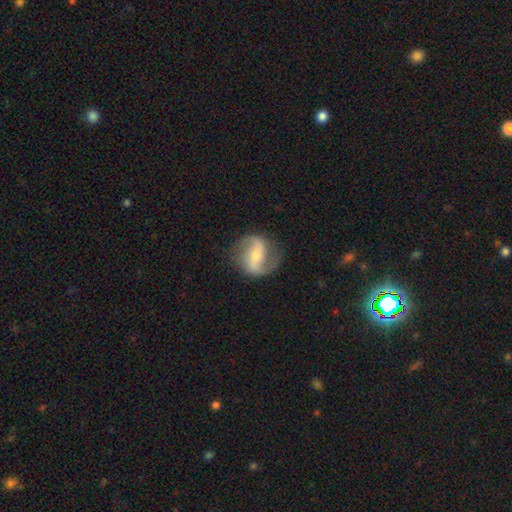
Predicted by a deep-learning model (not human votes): featured or disk 85%, smooth 10%, star or artifact 5%. Down the decision tree: edge-on disk — no (97%); bar — strong (40%); spiral arms — yes (95%); spiral arm count — 2 (92%); spiral winding — loose (52%); bulge size — small (49%); merging — none (82%).